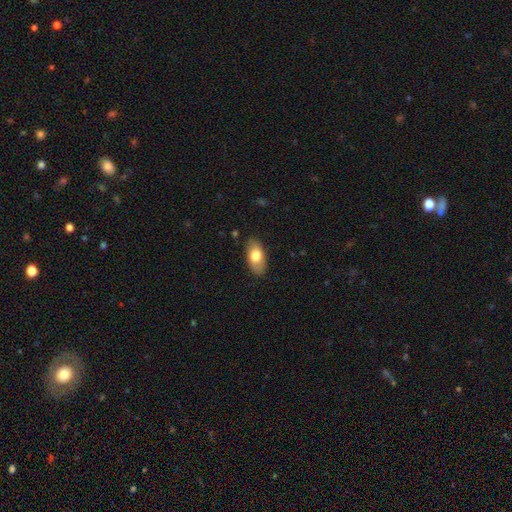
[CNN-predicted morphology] type=smooth (76%); roundness=in between (92%); merging=none (85%).